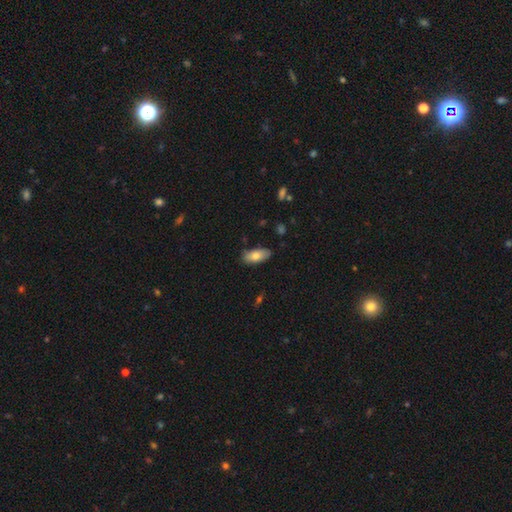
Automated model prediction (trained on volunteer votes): Q: Smooth or featured?
A: smooth (78%); runner-up: featured or disk (16%)
Q: How rounded?
A: in between (88%); runner-up: cigar-shaped (10%)
Q: Merging?
A: none (81%); runner-up: minor disturbance (16%)